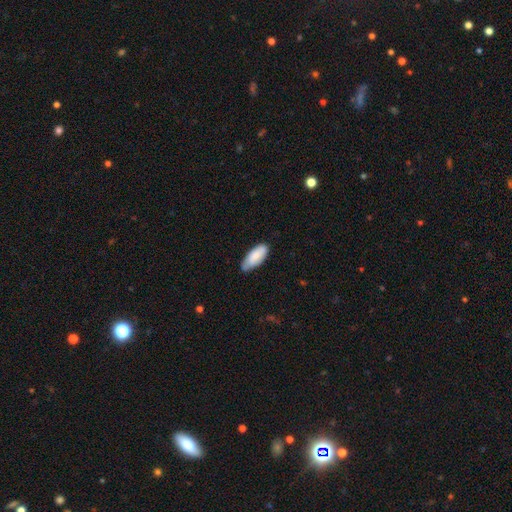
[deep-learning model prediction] Q: Smooth or featured?
A: smooth (83%); runner-up: featured or disk (11%)
Q: How rounded?
A: in between (85%); runner-up: cigar-shaped (13%)
Q: Merging?
A: none (68%); runner-up: minor disturbance (27%)